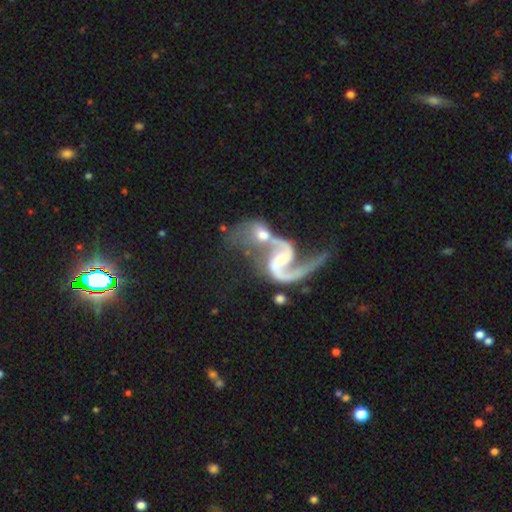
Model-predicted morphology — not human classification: Smooth or featured? Predicted: featured or disk (p=0.85). Edge-on disk? Predicted: no (p=0.96). Bar? Predicted: weak (p=0.41). Spiral arms? Predicted: yes (p=0.89). Spiral winding? Predicted: loose (p=0.70). Spiral arm count? Predicted: 2 (p=0.70). Bulge size? Predicted: small (p=0.49). Merging? Predicted: merger (p=0.61).